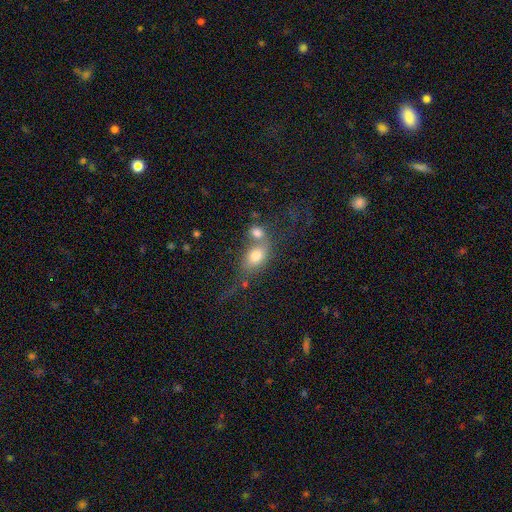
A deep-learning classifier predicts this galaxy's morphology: This appears to be a smooth galaxy with no disk features (73%) that is in between round and cigar-shaped (76%). Merging: merger (52%).